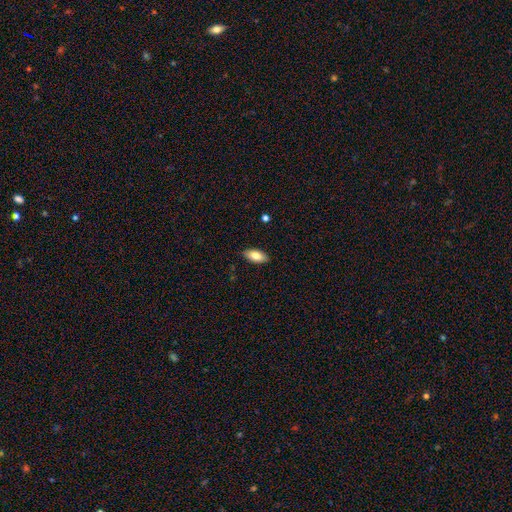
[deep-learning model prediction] The model was most divided on "smooth or featured": smooth: 81%, featured or disk: 12%, star or artifact: 7%. More confident: how rounded — in between (89%); merging — none (88%).